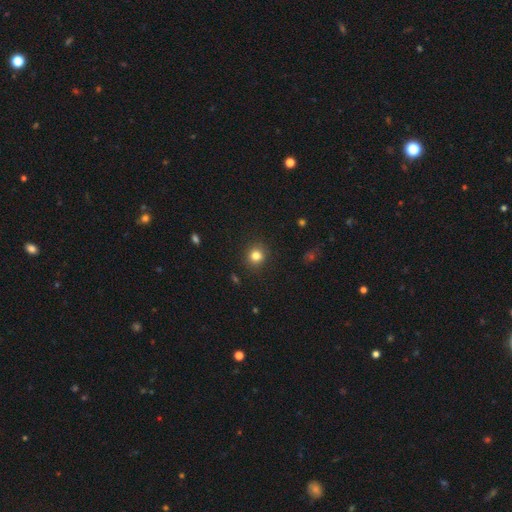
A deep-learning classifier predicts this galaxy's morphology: The model was most divided on "smooth or featured": smooth: 82%, star or artifact: 12%, featured or disk: 6%. More confident: merging — none (90%); how rounded — round (88%).